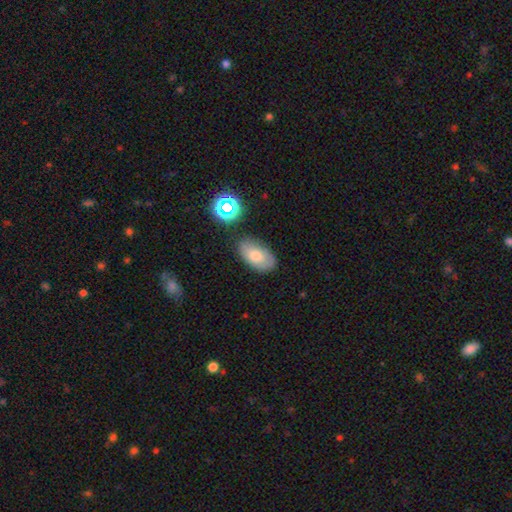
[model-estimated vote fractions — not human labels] A smooth galaxy with no disk features (73%) that is in between round and cigar-shaped (92%). Merging: none (75%).